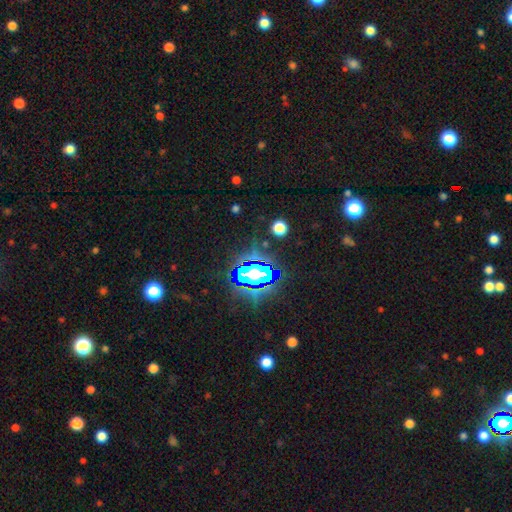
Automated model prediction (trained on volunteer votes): Overall: star or artifact (80%).